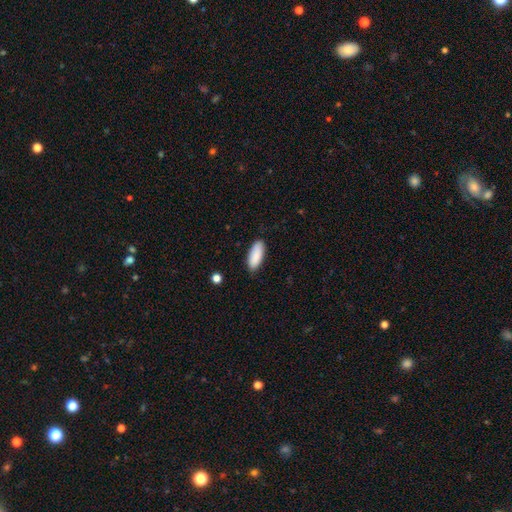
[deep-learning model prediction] smooth 90%, star or artifact 6%, featured or disk 4%. Down the decision tree: how rounded — in between (79%); merging — none (86%).